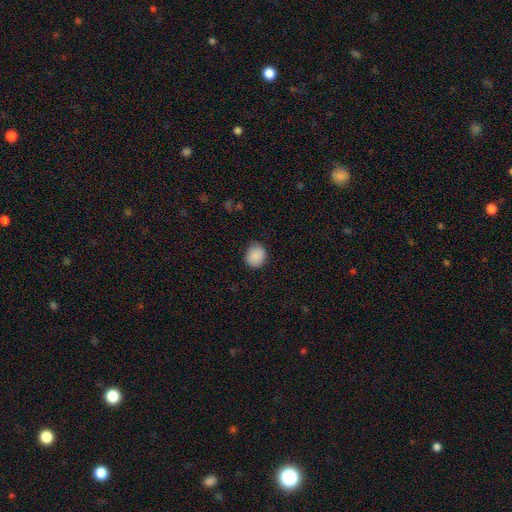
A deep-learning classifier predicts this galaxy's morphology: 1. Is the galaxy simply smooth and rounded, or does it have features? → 88% smooth, 8% star or artifact, 4% featured or disk.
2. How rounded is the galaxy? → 75% round, 24% in between, 1% cigar-shaped.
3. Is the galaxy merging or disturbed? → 83% none, 13% minor disturbance, 3% major disturbance, 1% merger.